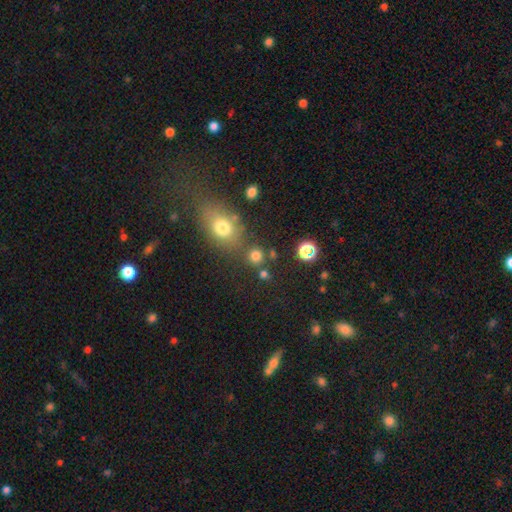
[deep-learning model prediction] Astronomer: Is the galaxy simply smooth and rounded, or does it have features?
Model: smooth — 76%.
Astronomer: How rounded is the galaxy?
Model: round — 87%.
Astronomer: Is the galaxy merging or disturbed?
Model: none — 73%.